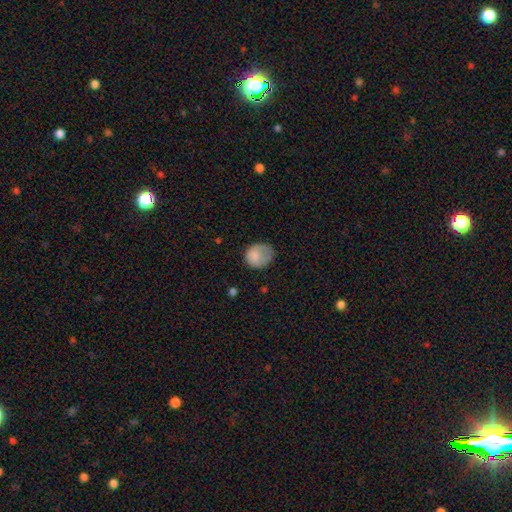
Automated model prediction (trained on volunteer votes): Q: Smooth or featured?
A: smooth (80%); runner-up: featured or disk (12%)
Q: How rounded?
A: round (67%); runner-up: in between (32%)
Q: Merging?
A: none (50%); runner-up: minor disturbance (30%)